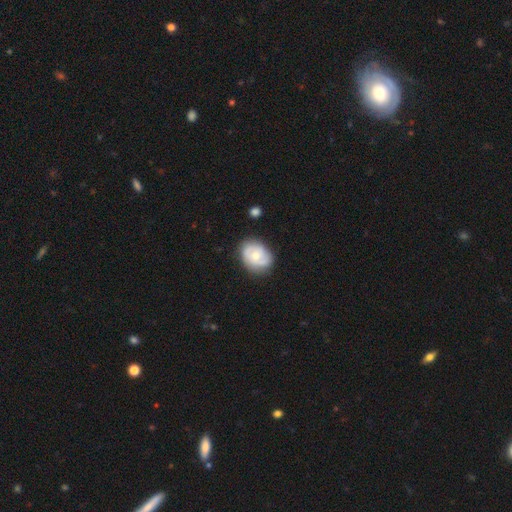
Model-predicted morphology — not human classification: Smooth or featured? Predicted: featured or disk (p=0.51). Edge-on disk? Predicted: no (p=0.96). Merging? Predicted: none (p=0.74).